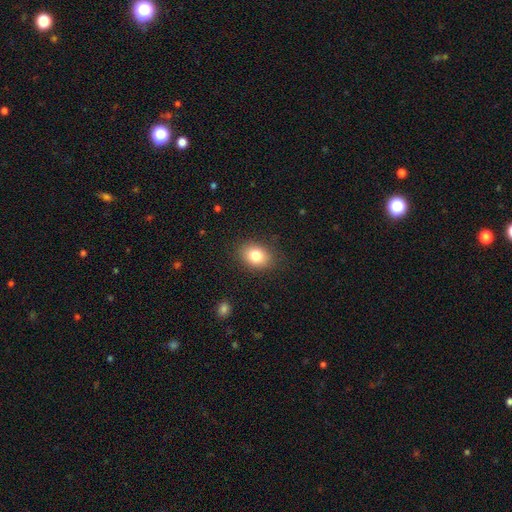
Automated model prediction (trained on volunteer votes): Smooth or featured?
  - smooth: 81% *
  - featured or disk: 10%
  - star or artifact: 10%
How rounded?
  - in between: 63% *
  - round: 36%
  - cigar-shaped: 1%
Merging?
  - none: 86% *
  - minor disturbance: 10%
  - major disturbance: 3%
  - merger: 1%